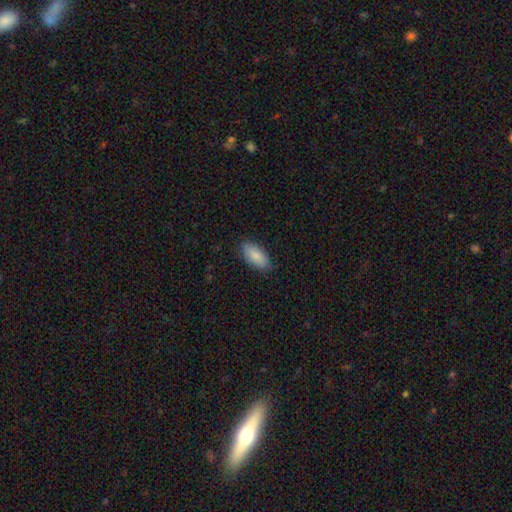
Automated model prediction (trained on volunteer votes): The model was most divided on "merging": none: 84%, minor disturbance: 12%, major disturbance: 2%, merger: 1%. More confident: how rounded — in between (90%); smooth or featured — smooth (85%).